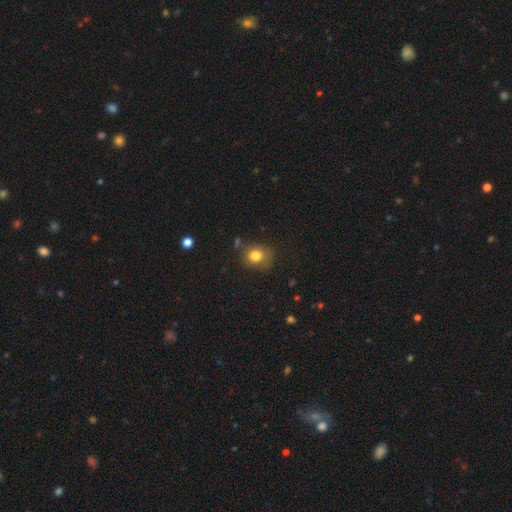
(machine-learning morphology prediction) type=smooth (80%); roundness=round (69%); merging=none (67%).